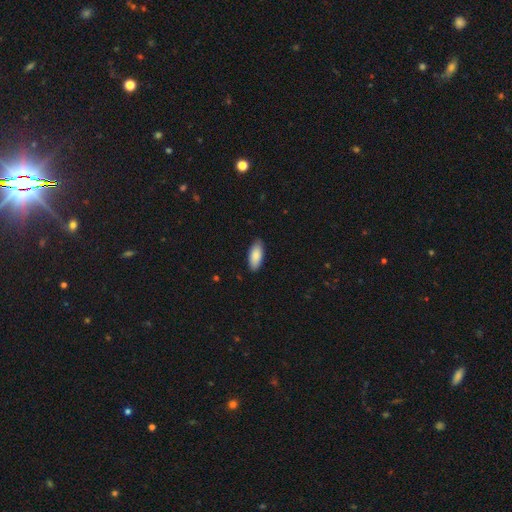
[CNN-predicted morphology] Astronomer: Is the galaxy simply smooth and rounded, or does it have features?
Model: smooth — 88%.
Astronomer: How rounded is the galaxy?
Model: in between — 87%.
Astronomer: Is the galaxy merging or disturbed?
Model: none — 87%.